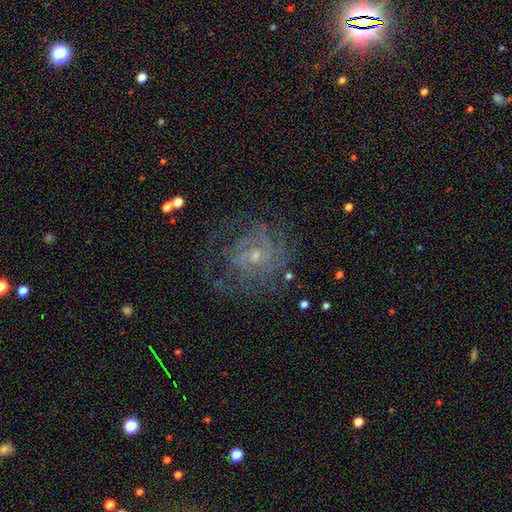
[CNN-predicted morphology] Overall: featured or disk (78%). Edge-on disk: no (97%). Bar: no (65%; weak 30%). Spiral arms: yes (89%). Spiral arm count: can't tell (45%; 2 15%). Spiral winding: tight (56%; medium 33%). Bulge size: small (70%). Merging: none (64%).